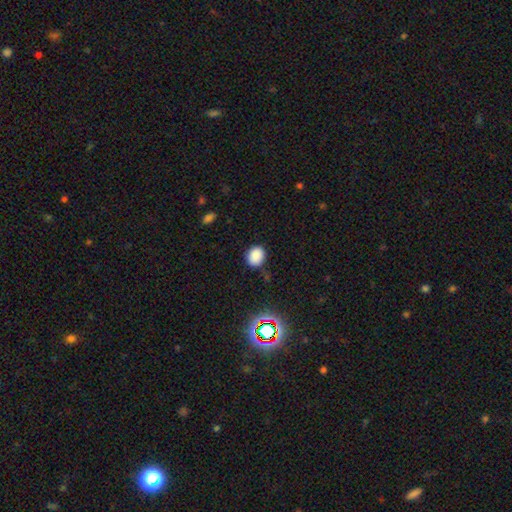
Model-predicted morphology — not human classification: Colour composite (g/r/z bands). It shows a smooth galaxy with no disk features (84%) that is round (58%). Merging: none (83%).